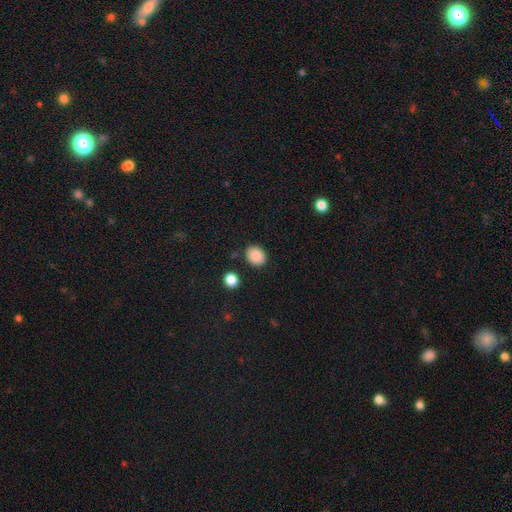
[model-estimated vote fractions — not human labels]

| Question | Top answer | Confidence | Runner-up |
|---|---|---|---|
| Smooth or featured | smooth | 87% | star or artifact (8%) |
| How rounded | in between | 51% | round (48%) |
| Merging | none | 86% | minor disturbance (9%) |